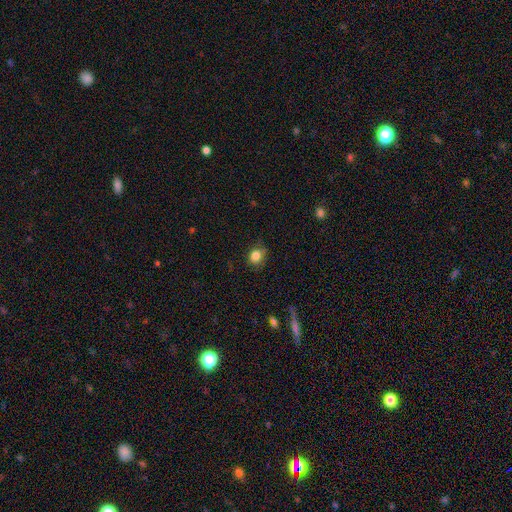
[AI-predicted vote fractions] The model was most divided on "how rounded": round: 61%, in between: 38%, cigar-shaped: 1%. More confident: smooth or featured — smooth (84%); merging — none (73%).